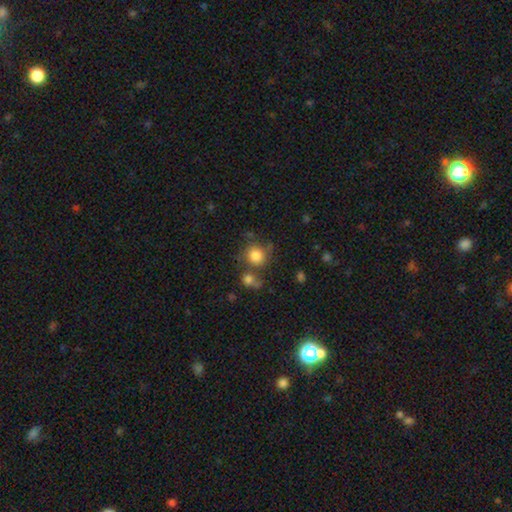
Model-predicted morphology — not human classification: This is clearly a smooth galaxy (82%). How rounded: clearly round (88%). Merging: likely none (63%).